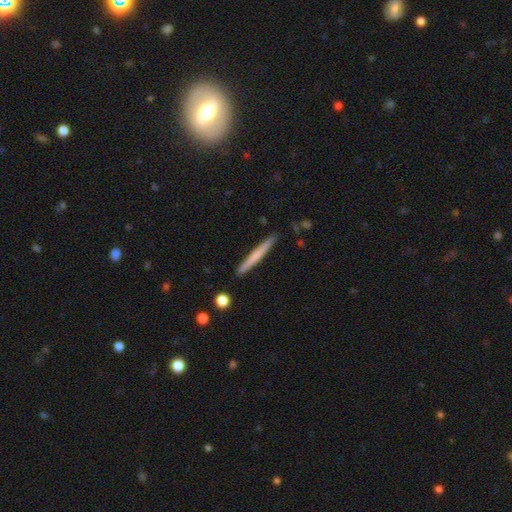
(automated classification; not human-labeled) A smooth galaxy with no disk features (61%) that is cigar-shaped (97%).

Vote fractions:
- Smooth or featured? smooth: 61% / featured or disk: 34% / star or artifact: 5%
- How rounded? cigar-shaped: 97% / in between: 2% / round: 1%
- Merging? none: 90% / minor disturbance: 8% / merger: 2% / major disturbance: 1%